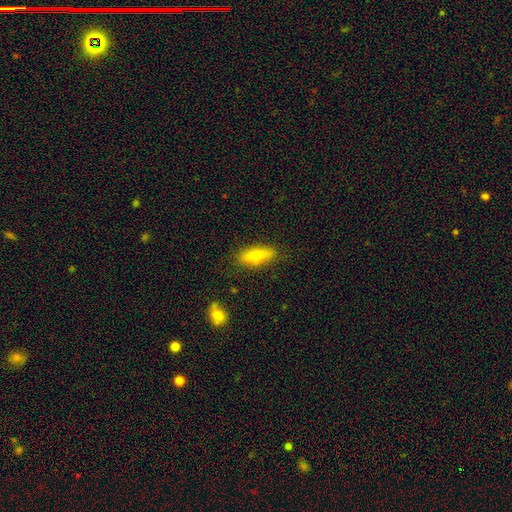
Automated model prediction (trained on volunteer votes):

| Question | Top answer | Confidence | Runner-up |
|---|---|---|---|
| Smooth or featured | smooth | 64% | featured or disk (29%) |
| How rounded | in between | 52% | cigar-shaped (45%) |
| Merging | none | 84% | minor disturbance (12%) |